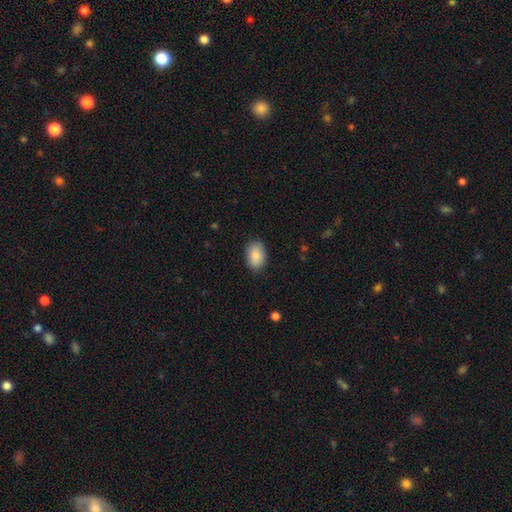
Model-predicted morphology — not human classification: smooth_or_featured: smooth (p=0.88) [alt: star or artifact p=0.06]
how_rounded: in between (p=0.88) [alt: round p=0.11]
merging: none (p=0.85) [alt: minor disturbance p=0.12]